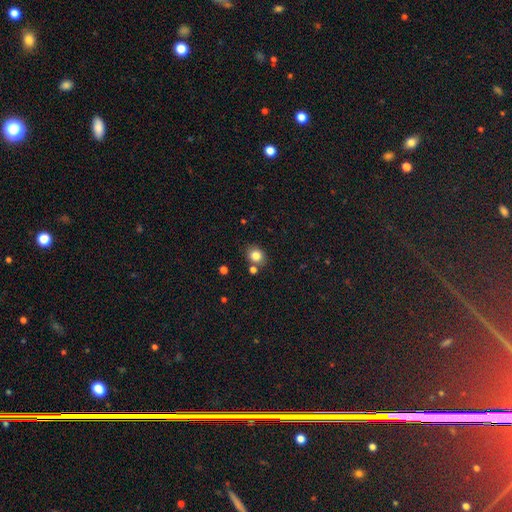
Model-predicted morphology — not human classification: Smooth or featured? smooth (83%)
How rounded? round (66%)
Merging? none (75%)